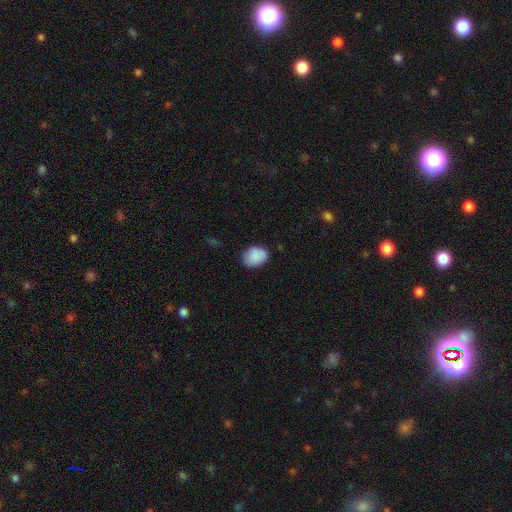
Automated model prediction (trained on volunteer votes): Overall: smooth (89%). How rounded: in between (64%; round 35%). Merging: none (80%).